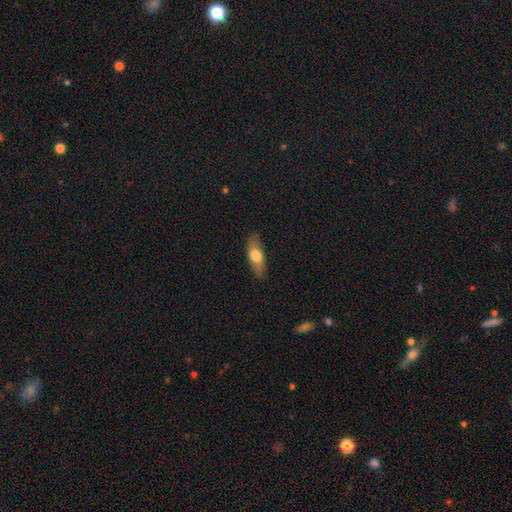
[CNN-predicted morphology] Smooth or featured?
  - smooth: 66% *
  - featured or disk: 28%
  - star or artifact: 6%
How rounded?
  - in between: 65% *
  - cigar-shaped: 32%
  - round: 4%
Merging?
  - none: 84% *
  - minor disturbance: 12%
  - major disturbance: 3%
  - merger: 1%